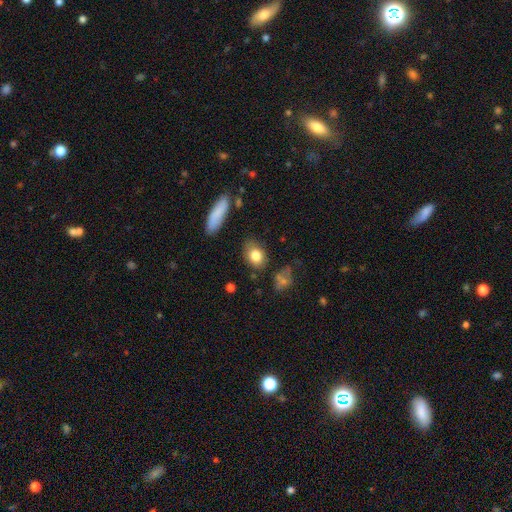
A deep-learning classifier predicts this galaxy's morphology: This is clearly a smooth galaxy (81%). How rounded: likely in between (72%). Merging: likely none (75%).